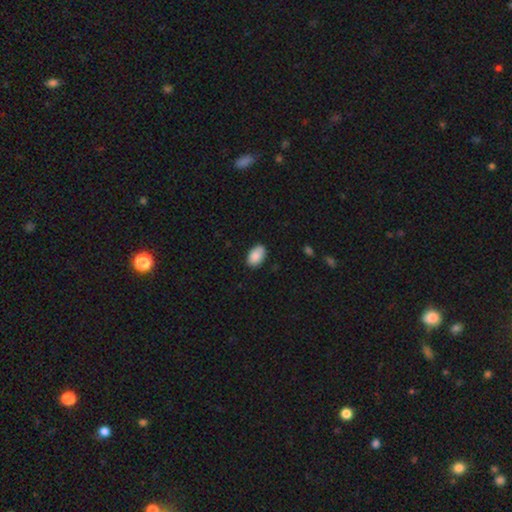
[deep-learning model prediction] Overall: smooth (88%). How rounded: in between (92%). Merging: none (82%).